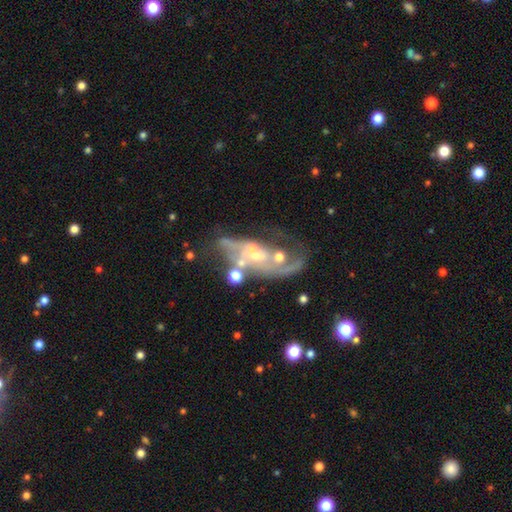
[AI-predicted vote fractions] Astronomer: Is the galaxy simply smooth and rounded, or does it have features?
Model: featured or disk — 74%.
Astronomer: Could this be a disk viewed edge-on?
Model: no — 92%.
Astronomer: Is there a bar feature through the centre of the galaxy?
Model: no — 66%.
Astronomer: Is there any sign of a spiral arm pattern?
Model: yes — 65%.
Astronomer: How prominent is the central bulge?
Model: small — 52% (runner-up: moderate, 27%).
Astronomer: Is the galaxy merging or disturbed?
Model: none — 32% (runner-up: major disturbance, 26%).